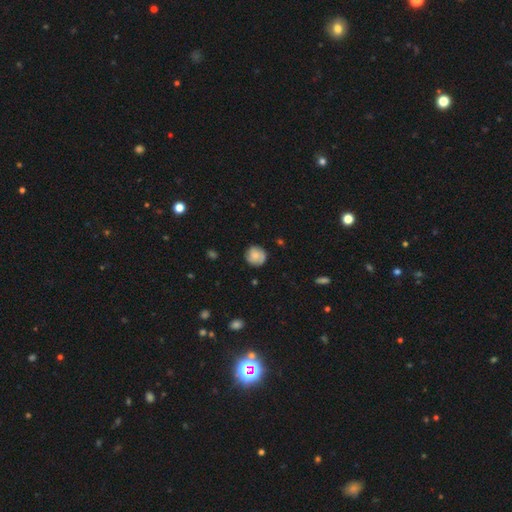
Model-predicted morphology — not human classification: Smooth or featured: smooth — 70% (featured or disk — 22%)
How rounded: round — 89% (in between — 10%)
Merging: none — 79% (minor disturbance — 17%)